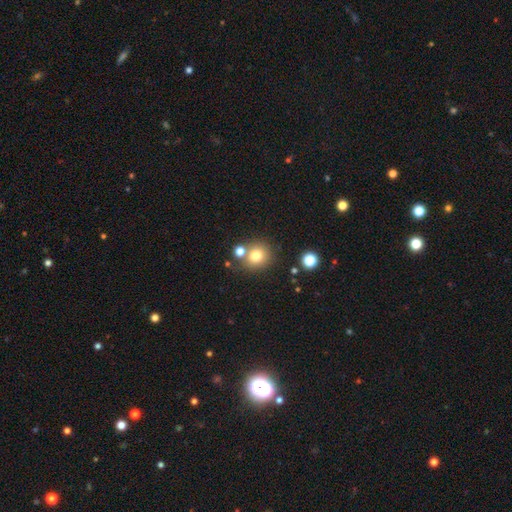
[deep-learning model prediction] Smooth or featured? Predicted: smooth (p=0.77). How rounded? Predicted: round (p=0.87). Merging? Predicted: none (p=0.68).